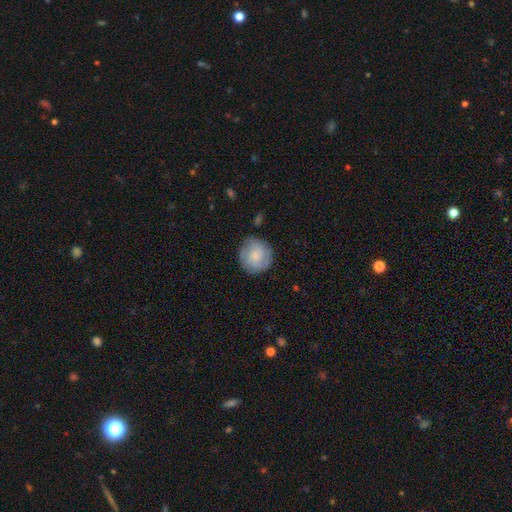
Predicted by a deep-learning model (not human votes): Smooth or featured: featured or disk — 48% (smooth — 45%)
Merging: none — 82% (minor disturbance — 12%)